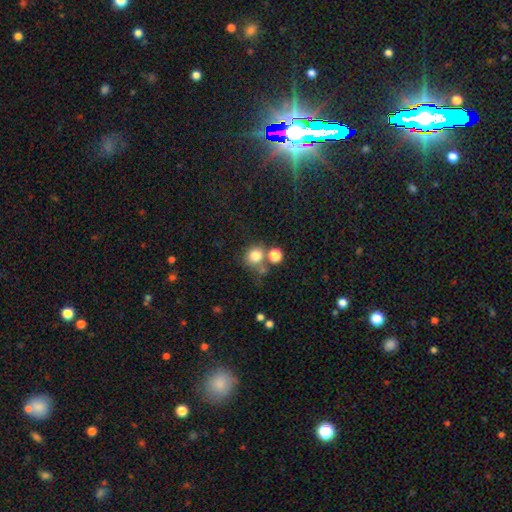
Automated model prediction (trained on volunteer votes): Morphology: type=smooth (79%); roundness=round (85%); merging=none (56%).